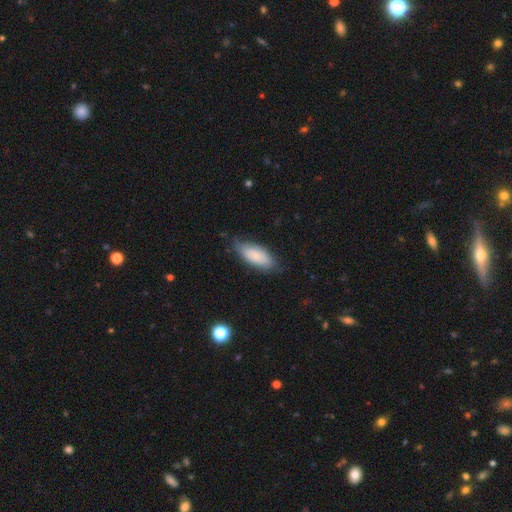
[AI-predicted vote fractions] A smooth galaxy with no disk features (80%) that is in between round and cigar-shaped (83%).

Vote fractions:
- Smooth or featured? smooth: 80% / featured or disk: 14% / star or artifact: 6%
- How rounded? in between: 83% / cigar-shaped: 15% / round: 2%
- Merging? none: 69% / minor disturbance: 25% / major disturbance: 5% / merger: 1%